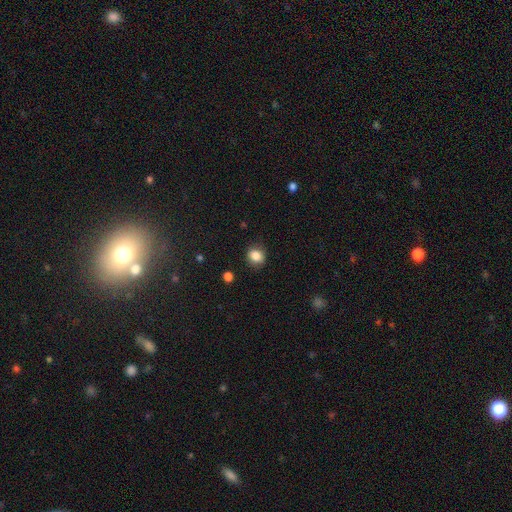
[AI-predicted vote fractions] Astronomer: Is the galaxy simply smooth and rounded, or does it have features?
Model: smooth — 84%.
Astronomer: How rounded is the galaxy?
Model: round — 73%.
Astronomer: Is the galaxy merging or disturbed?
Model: none — 83%.